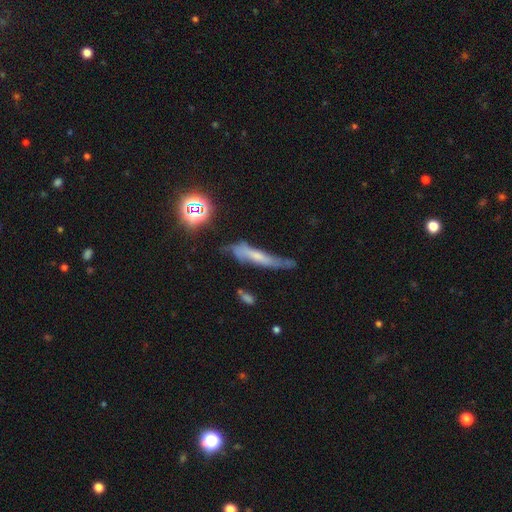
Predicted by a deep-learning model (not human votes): This is possibly a featured or disk galaxy (46%). Merging: marginally none (44%).